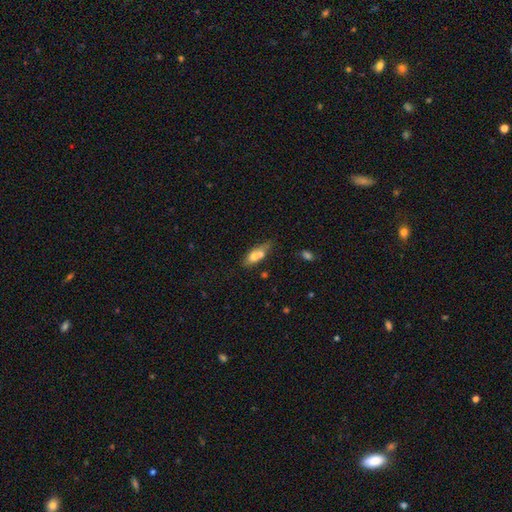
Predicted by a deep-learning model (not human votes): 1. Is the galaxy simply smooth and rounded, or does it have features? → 65% smooth, 27% featured or disk, 9% star or artifact.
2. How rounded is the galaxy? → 67% in between, 26% cigar-shaped, 7% round.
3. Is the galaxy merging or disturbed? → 46% merger, 32% none, 15% minor disturbance, 7% major disturbance.